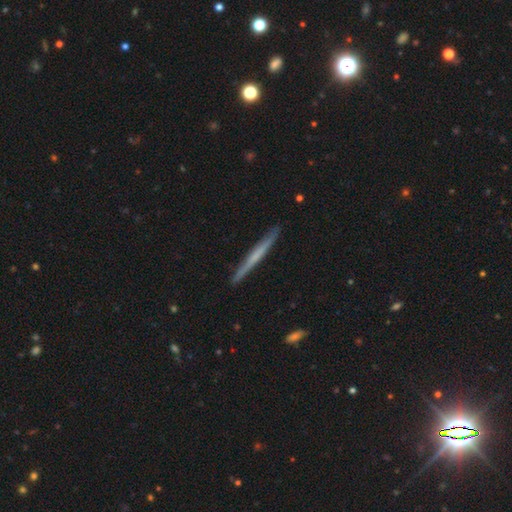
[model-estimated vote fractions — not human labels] Overall: featured or disk (52%; smooth 43%). Edge-on disk: yes (97%). Edge-on bulge: none (80%). Merging: none (91%).